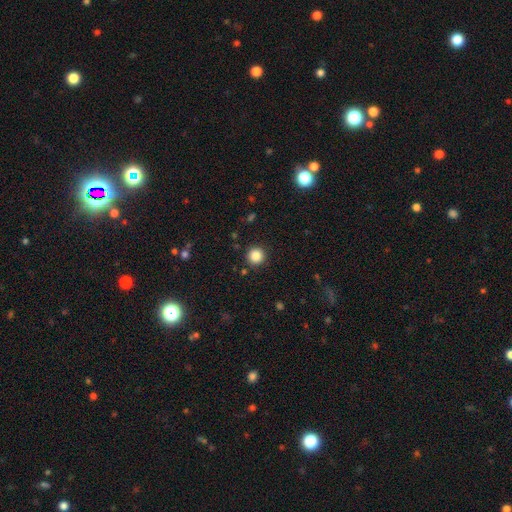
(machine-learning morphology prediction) A smooth galaxy with no disk features (86%) that is round (95%).

Vote fractions:
- Smooth or featured? smooth: 86% / star or artifact: 11% / featured or disk: 3%
- How rounded? round: 95% / in between: 4% / cigar-shaped: 1%
- Merging? none: 90% / minor disturbance: 6% / major disturbance: 2% / merger: 1%